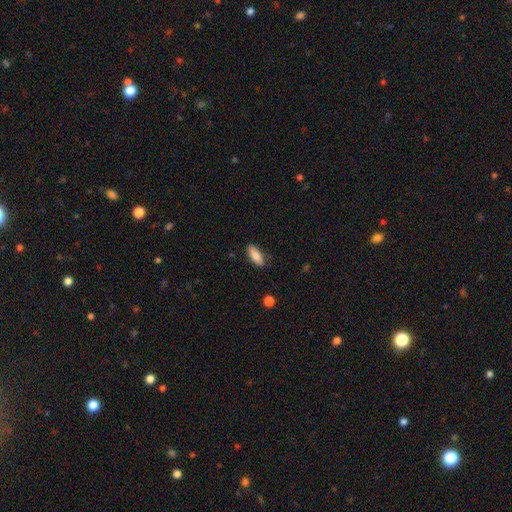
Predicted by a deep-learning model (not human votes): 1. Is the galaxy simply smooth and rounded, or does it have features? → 84% smooth, 9% featured or disk, 7% star or artifact.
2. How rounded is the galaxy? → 73% in between, 25% cigar-shaped, 2% round.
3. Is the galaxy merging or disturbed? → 80% none, 16% minor disturbance, 3% major disturbance, 1% merger.